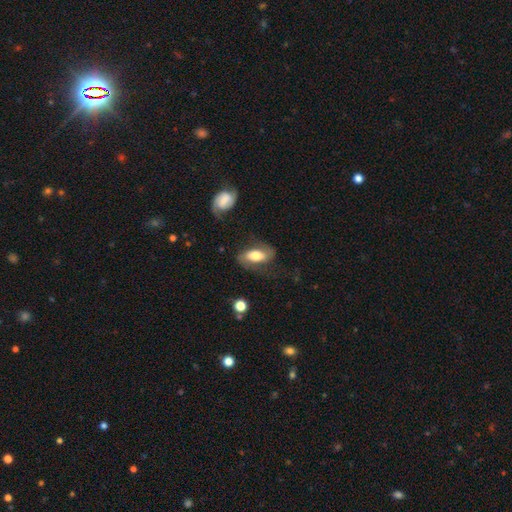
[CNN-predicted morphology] Overall: smooth (47%; featured or disk 46%). Merging: none (63%).